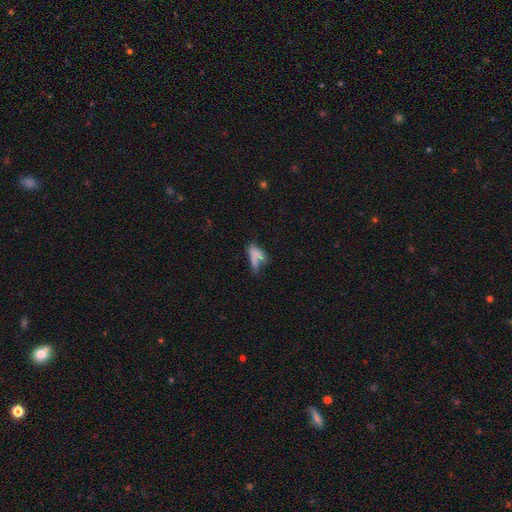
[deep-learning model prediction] smooth 63%, featured or disk 23%, star or artifact 14%. Down the decision tree: how rounded — in between (60%); merging — merger (31%).